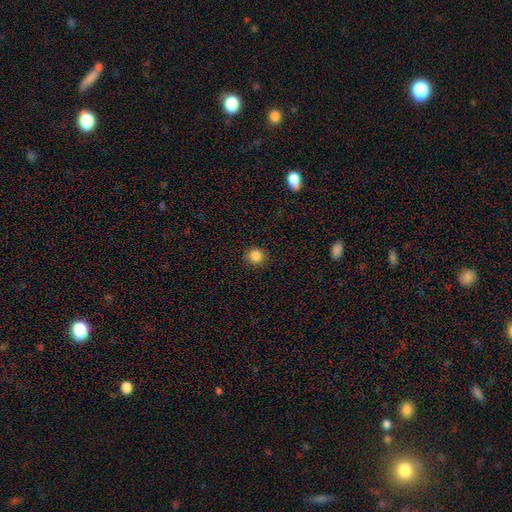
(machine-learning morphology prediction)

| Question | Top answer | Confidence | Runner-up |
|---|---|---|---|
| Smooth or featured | smooth | 86% | star or artifact (11%) |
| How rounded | round | 92% | in between (7%) |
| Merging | none | 91% | minor disturbance (6%) |